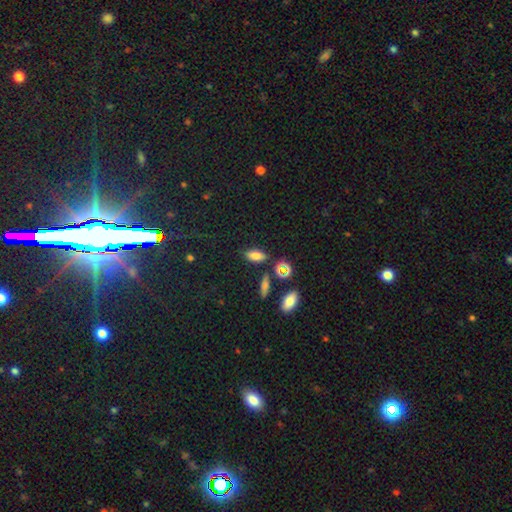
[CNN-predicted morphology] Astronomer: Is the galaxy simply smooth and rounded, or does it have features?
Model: smooth — 77%.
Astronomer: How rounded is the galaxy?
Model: in between — 78%.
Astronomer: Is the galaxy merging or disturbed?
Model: none — 79%.